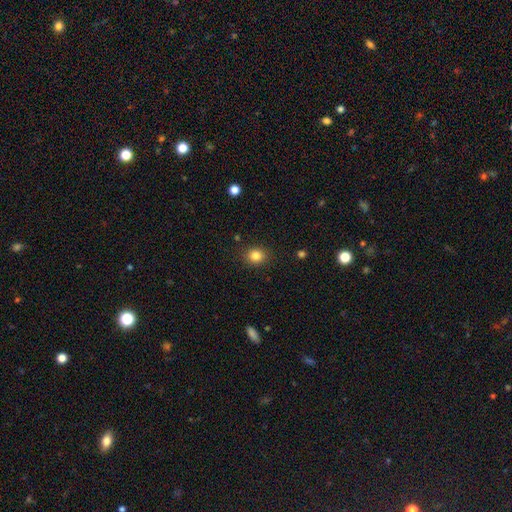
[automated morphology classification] A smooth galaxy with no disk features (83%) that is round (70%).

Vote fractions:
- Smooth or featured? smooth: 83% / star or artifact: 11% / featured or disk: 5%
- How rounded? round: 70% / in between: 29% / cigar-shaped: 1%
- Merging? none: 88% / minor disturbance: 8% / major disturbance: 2% / merger: 1%